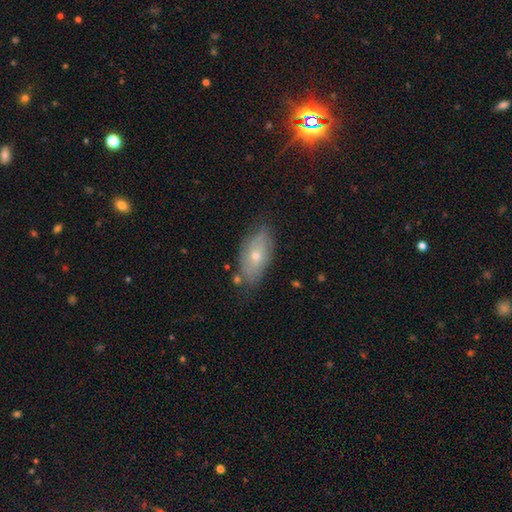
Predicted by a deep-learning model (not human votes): Morphology: type=smooth (48%); merging=none (70%).